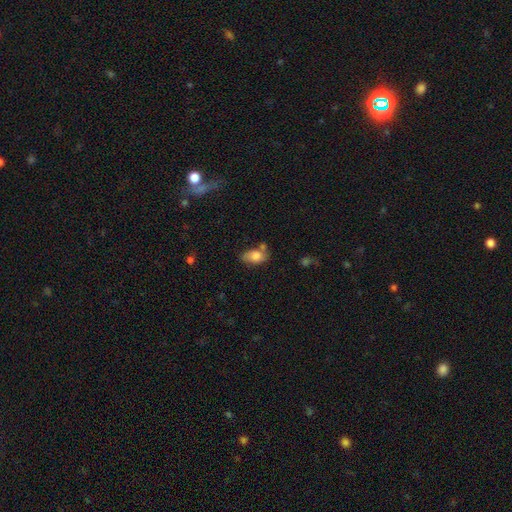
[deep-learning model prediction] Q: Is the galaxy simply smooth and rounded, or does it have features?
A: smooth — 79%.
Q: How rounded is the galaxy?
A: in between — 89%.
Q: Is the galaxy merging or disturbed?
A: none — 54%.